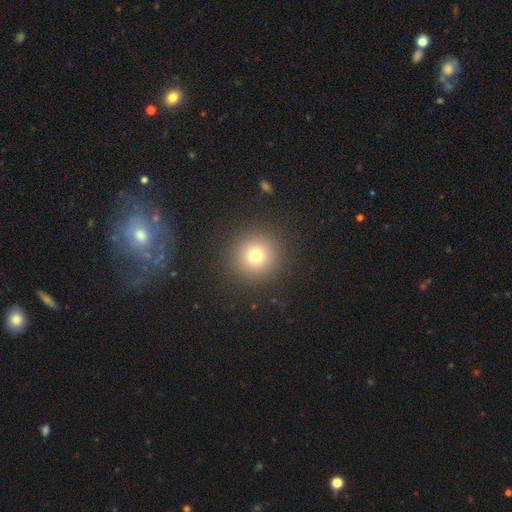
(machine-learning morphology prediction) A smooth galaxy with no disk features (74%) that is round (94%).

Vote fractions:
- Smooth or featured? smooth: 74% / star or artifact: 16% / featured or disk: 9%
- How rounded? round: 94% / in between: 5% / cigar-shaped: 1%
- Merging? none: 90% / minor disturbance: 6% / major disturbance: 3% / merger: 1%